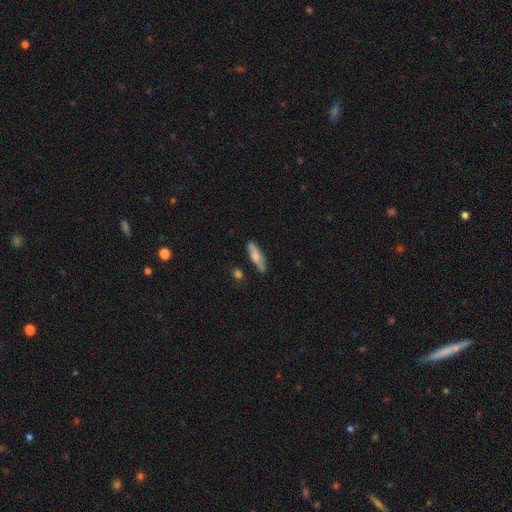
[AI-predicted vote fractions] Q: Smooth or featured?
A: smooth (57%); runner-up: featured or disk (36%)
Q: How rounded?
A: cigar-shaped (63%); runner-up: in between (35%)
Q: Merging?
A: none (77%); runner-up: minor disturbance (17%)